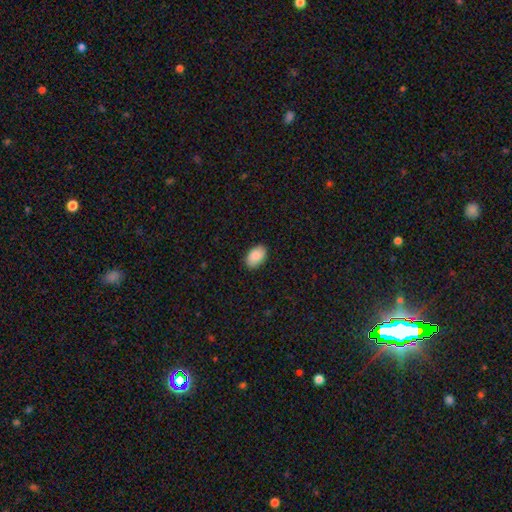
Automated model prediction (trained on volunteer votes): Q: Smooth or featured?
A: smooth (89%); runner-up: star or artifact (6%)
Q: How rounded?
A: in between (91%); runner-up: round (8%)
Q: Merging?
A: none (87%); runner-up: minor disturbance (10%)